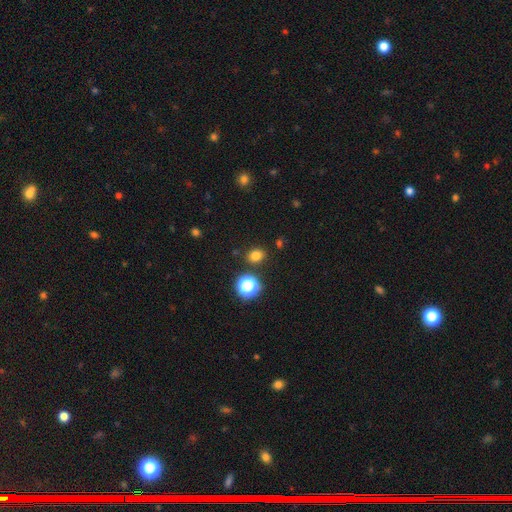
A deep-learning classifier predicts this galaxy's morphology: This is likely a smooth galaxy (76%). How rounded: possibly round (56%). Merging: clearly none (84%).